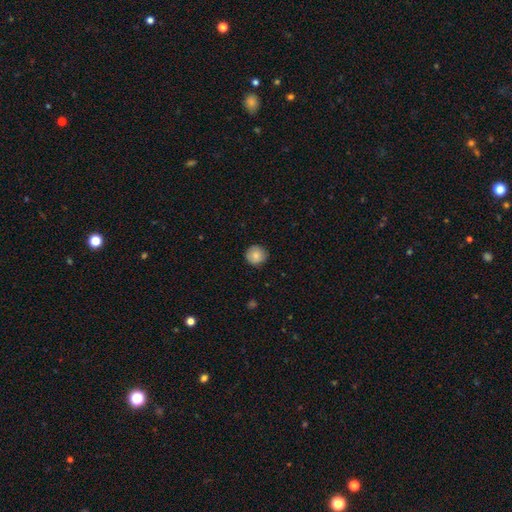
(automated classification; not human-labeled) The model was most divided on "smooth or featured": smooth: 84%, featured or disk: 8%, star or artifact: 8%. More confident: how rounded — round (95%); merging — none (90%).